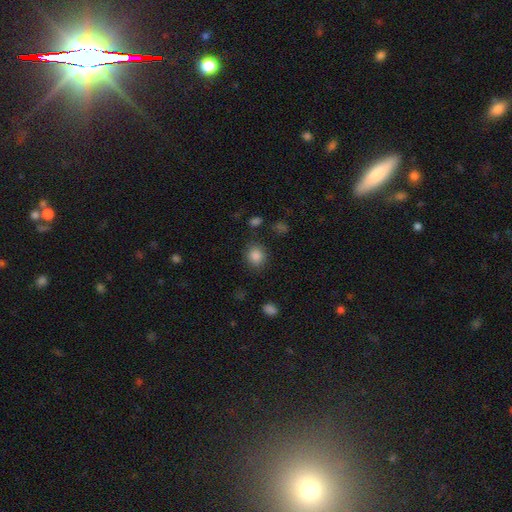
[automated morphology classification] A smooth galaxy with no disk features (86%) that is round (82%). Merging: none (84%).